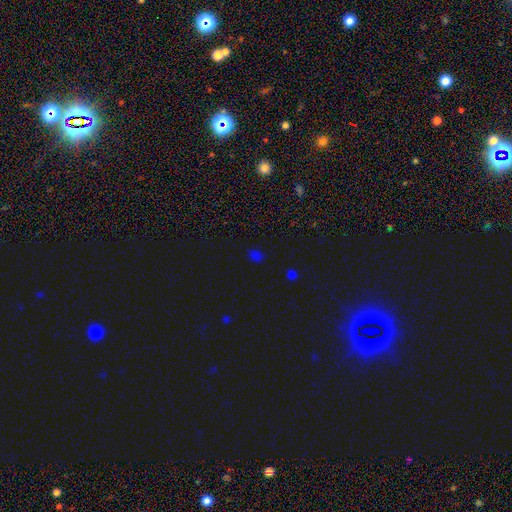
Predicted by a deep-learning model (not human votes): Smooth or featured? smooth (57%)
How rounded? in between (65%)
Merging? none (80%)